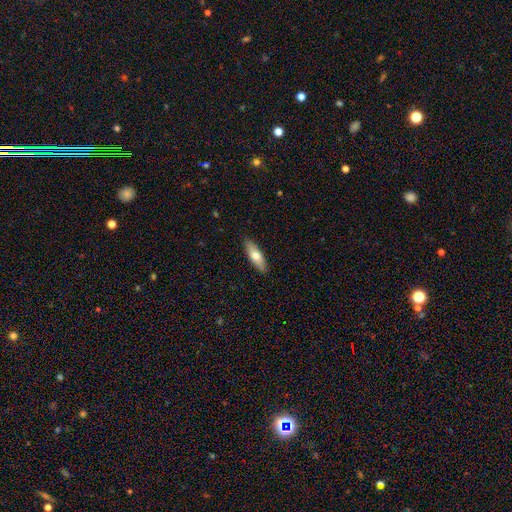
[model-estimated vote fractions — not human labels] smooth 68%, featured or disk 27%, star or artifact 6%. Down the decision tree: how rounded — cigar-shaped (49%, tied with in between); merging — none (89%).